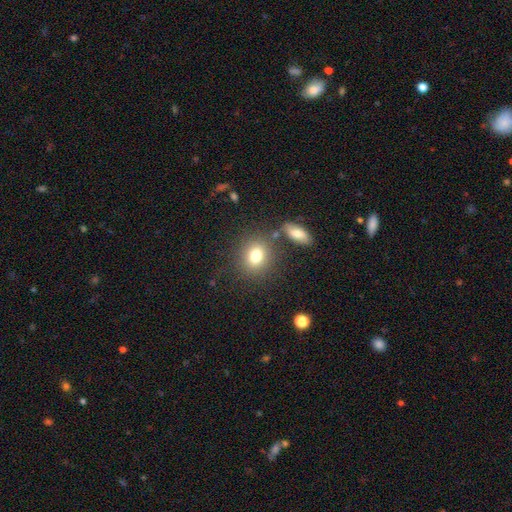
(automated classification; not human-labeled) Morphology: type=smooth (79%); roundness=round (60%); merging=none (76%).